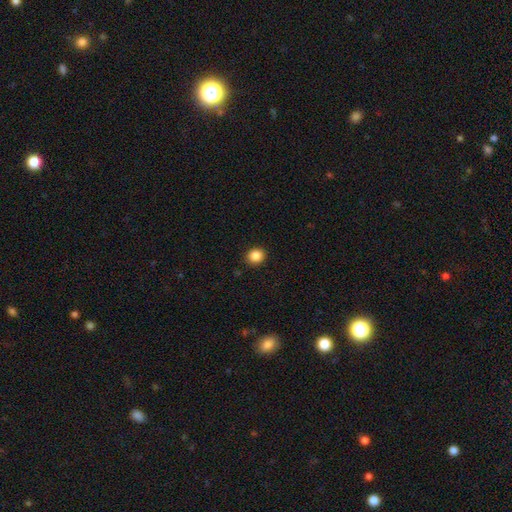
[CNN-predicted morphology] smooth 86%, star or artifact 10%, featured or disk 4%. Down the decision tree: how rounded — round (75%); merging — none (91%).